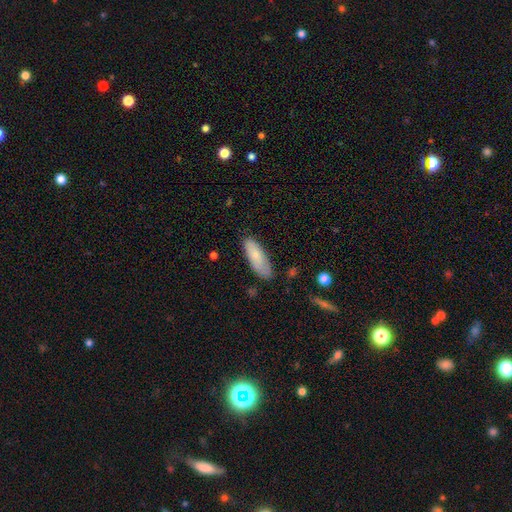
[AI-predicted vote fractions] smooth 80%, featured or disk 14%, star or artifact 6%. Down the decision tree: how rounded — in between (64%); merging — none (72%).